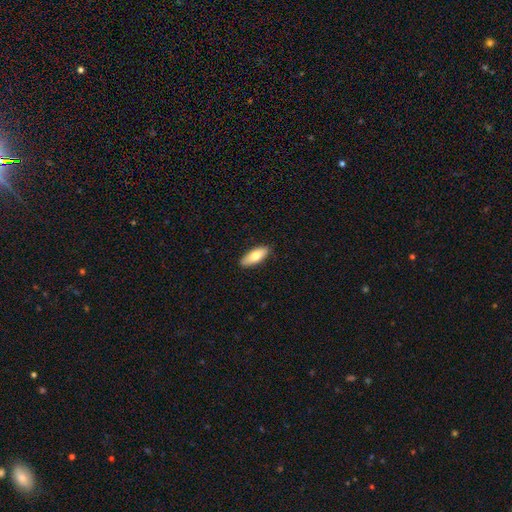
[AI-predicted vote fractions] Smooth or featured? smooth (75%)
How rounded? in between (76%)
Merging? none (89%)